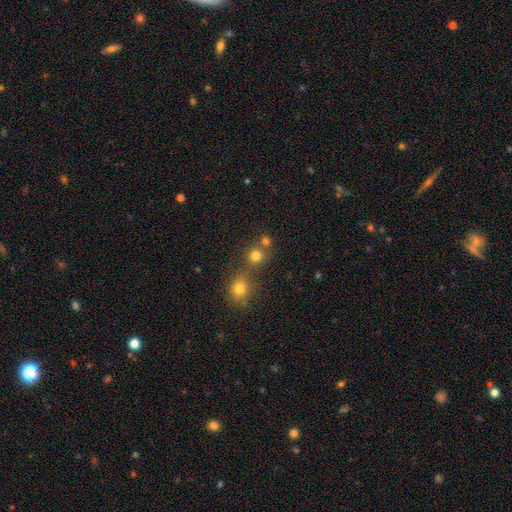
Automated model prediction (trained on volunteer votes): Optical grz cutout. It shows a smooth galaxy with no disk features (76%) that is round (89%). Merging: none (61%).